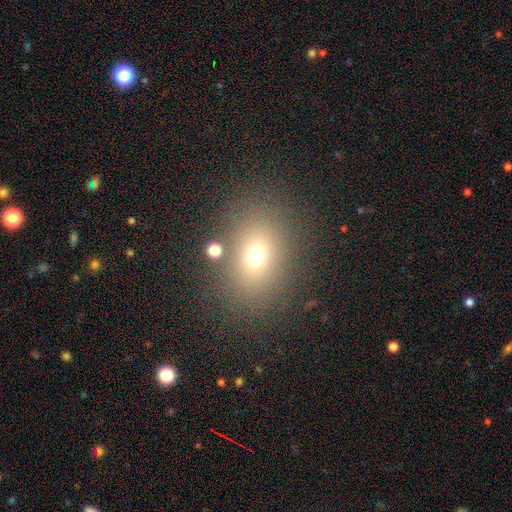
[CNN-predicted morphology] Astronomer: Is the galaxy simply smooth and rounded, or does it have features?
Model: smooth — 68%.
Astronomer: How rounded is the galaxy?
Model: in between — 59% (runner-up: round, 40%).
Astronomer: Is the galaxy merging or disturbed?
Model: none — 82%.